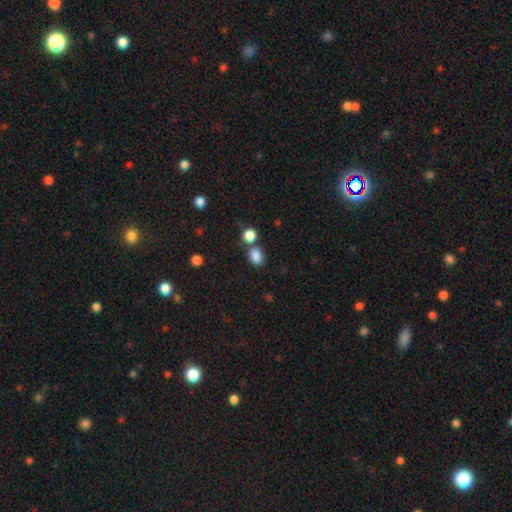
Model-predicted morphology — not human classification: smooth_or_featured: smooth (p=0.84) [alt: star or artifact p=0.11]
how_rounded: in between (p=0.66) [alt: round p=0.32]
merging: none (p=0.60) [alt: merger p=0.24]